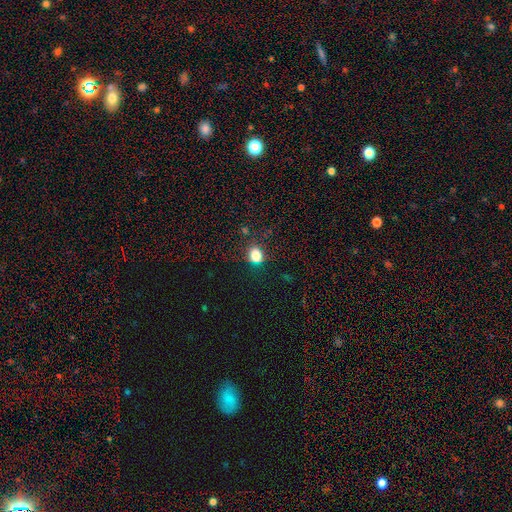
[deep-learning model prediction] smooth-or-featured: smooth: 80% | star or artifact: 14% | featured or disk: 6%
  how-rounded: round: 64% | in between: 34% | cigar-shaped: 1%
  merging: none: 77% | minor disturbance: 15% | major disturbance: 5% | merger: 4%